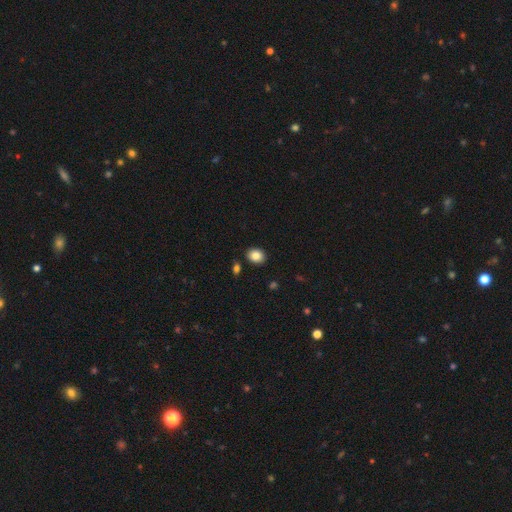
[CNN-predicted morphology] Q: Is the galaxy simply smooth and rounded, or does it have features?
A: smooth — 86%.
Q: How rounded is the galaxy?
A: in between — 52%.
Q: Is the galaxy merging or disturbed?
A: none — 88%.